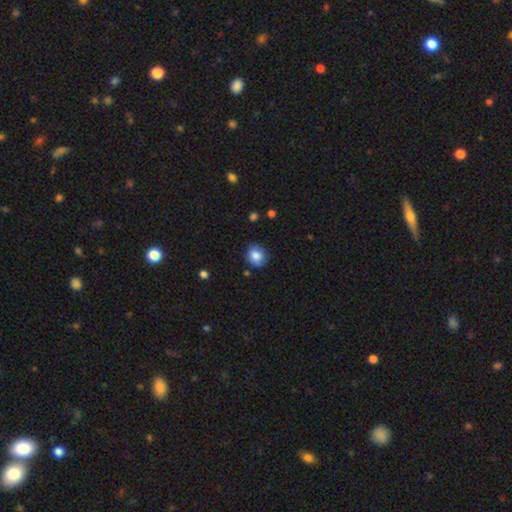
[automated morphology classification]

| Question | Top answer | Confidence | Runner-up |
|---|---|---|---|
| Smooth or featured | smooth | 83% | star or artifact (9%) |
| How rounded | round | 78% | in between (21%) |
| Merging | none | 78% | minor disturbance (17%) |